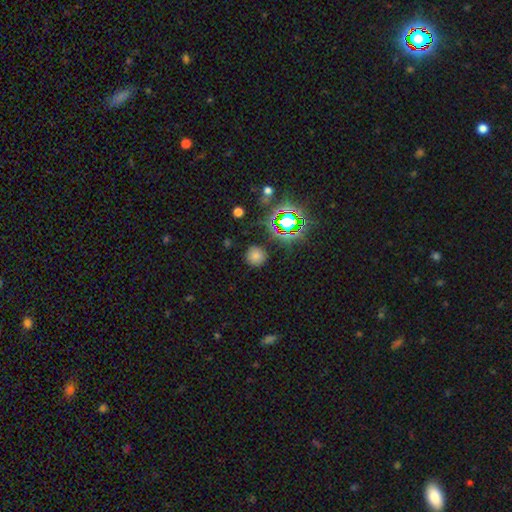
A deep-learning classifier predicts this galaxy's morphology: Q: Smooth or featured?
A: smooth (70%); runner-up: star or artifact (22%)
Q: How rounded?
A: round (92%); runner-up: in between (7%)
Q: Merging?
A: none (85%); runner-up: minor disturbance (9%)